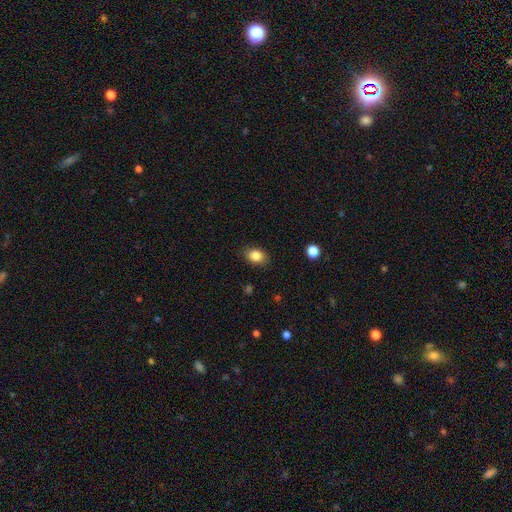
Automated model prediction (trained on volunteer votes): This is clearly a smooth galaxy (85%). How rounded: likely in between (72%). Merging: clearly none (86%).